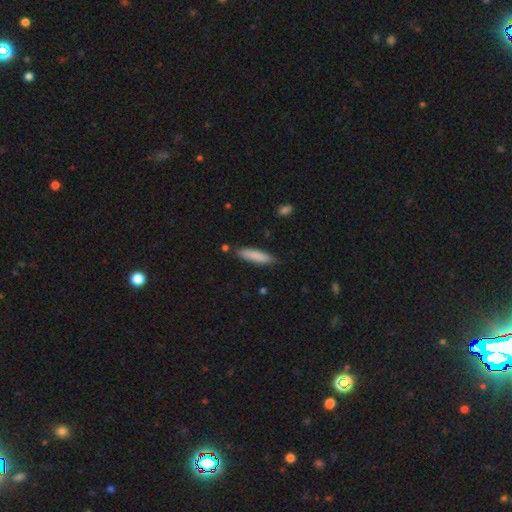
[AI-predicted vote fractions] This is clearly a smooth galaxy (84%). How rounded: likely cigar-shaped (78%). Merging: clearly none (84%).